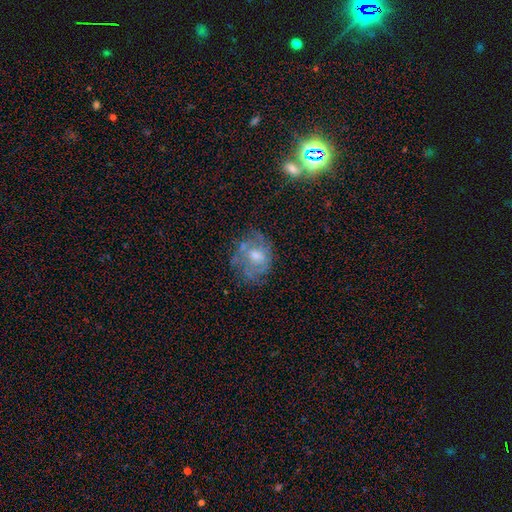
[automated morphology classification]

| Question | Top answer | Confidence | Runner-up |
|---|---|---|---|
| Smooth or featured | featured or disk | 58% | smooth (29%) |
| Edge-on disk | no | 97% | yes (3%) |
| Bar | no | 71% | weak (25%) |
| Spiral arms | yes | 51% | no (49%) |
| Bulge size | moderate | 58% | small (25%) |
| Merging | none | 58% | minor disturbance (22%) |